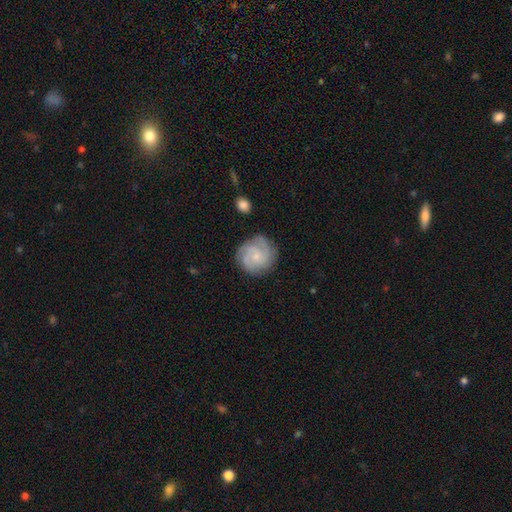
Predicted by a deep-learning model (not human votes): smooth_or_featured: featured or disk (p=0.76) [alt: smooth p=0.18]
disk_edge_on: no (p=0.98) [alt: yes p=0.02]
bar: no (p=0.72) [alt: weak p=0.25]
has_spiral_arms: yes (p=0.96) [alt: no p=0.04]
spiral_winding: tight (p=0.60) [alt: medium p=0.33]
spiral_arm_count: 3 (p=0.46) [alt: can't tell p=0.17]
bulge_size: small (p=0.70) [alt: moderate p=0.21]
merging: none (p=0.77) [alt: minor disturbance p=0.16]